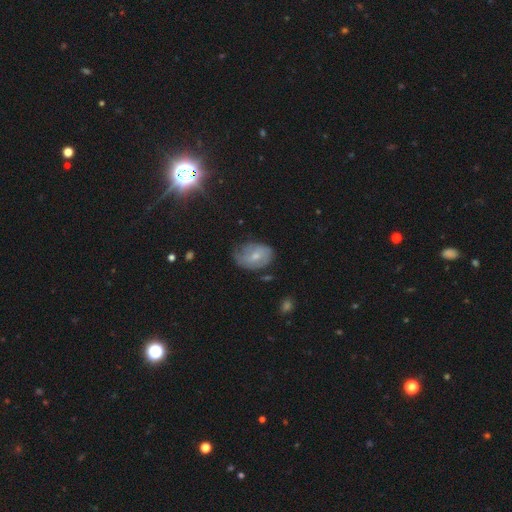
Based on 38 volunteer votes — Smooth or featured? smooth (50%)
How rounded? in between (68%)
Merging? none (51%)